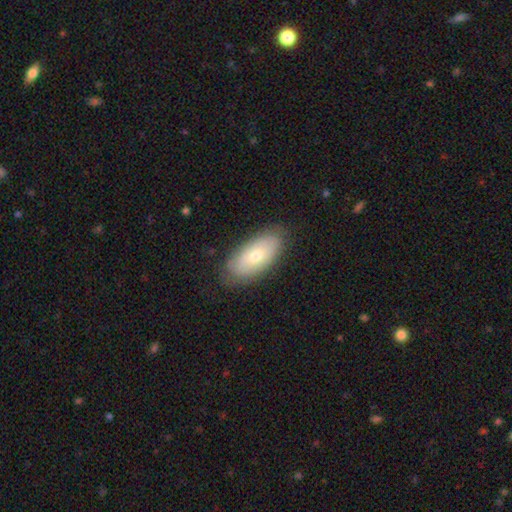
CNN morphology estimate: Smooth or featured: smooth — 63% (featured or disk — 31%)
How rounded: in between — 90% (cigar-shaped — 7%)
Merging: none — 82% (minor disturbance — 14%)